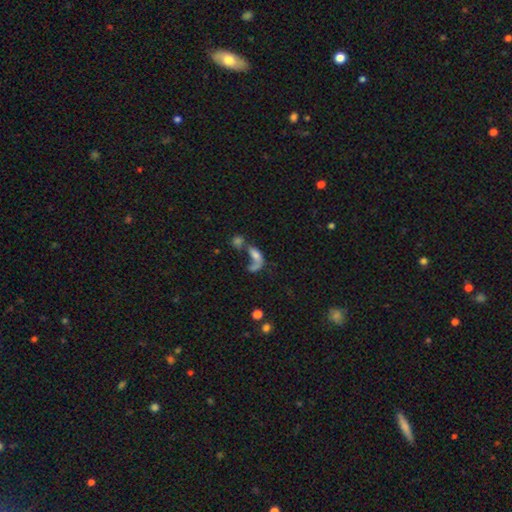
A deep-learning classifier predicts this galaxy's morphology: smooth_or_featured: smooth (p=0.51) [alt: featured or disk p=0.35]
how_rounded: in between (p=0.73) [alt: cigar-shaped p=0.16]
merging: merger (p=0.47) [alt: major disturbance p=0.23]